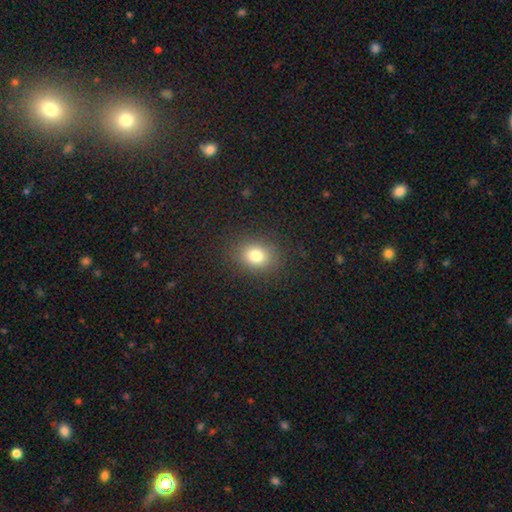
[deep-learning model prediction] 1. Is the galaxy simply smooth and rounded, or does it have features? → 79% smooth, 13% star or artifact, 7% featured or disk.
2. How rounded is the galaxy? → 58% round, 41% in between, 1% cigar-shaped.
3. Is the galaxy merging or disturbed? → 87% none, 9% minor disturbance, 4% major disturbance, 1% merger.